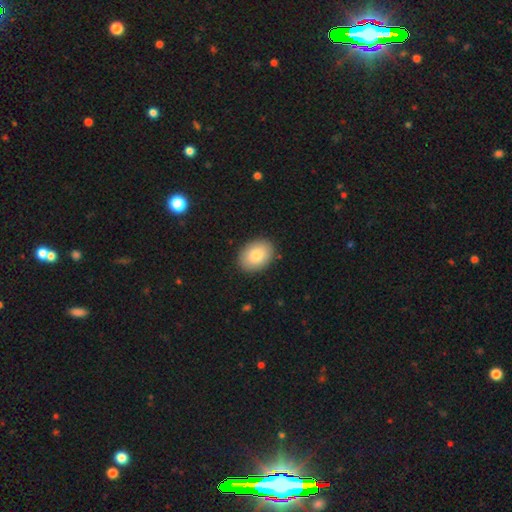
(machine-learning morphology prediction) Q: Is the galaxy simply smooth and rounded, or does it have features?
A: smooth — 85%.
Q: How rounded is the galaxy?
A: in between — 79%.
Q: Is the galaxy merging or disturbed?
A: none — 89%.